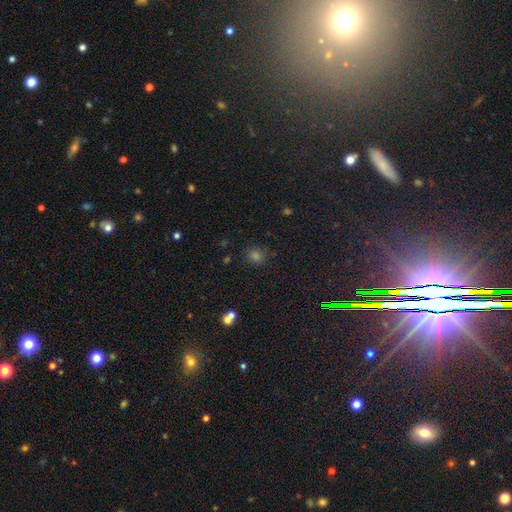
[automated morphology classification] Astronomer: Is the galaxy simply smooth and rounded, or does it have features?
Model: smooth — 63%.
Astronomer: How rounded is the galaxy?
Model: round — 87%.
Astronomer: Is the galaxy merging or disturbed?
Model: none — 87%.